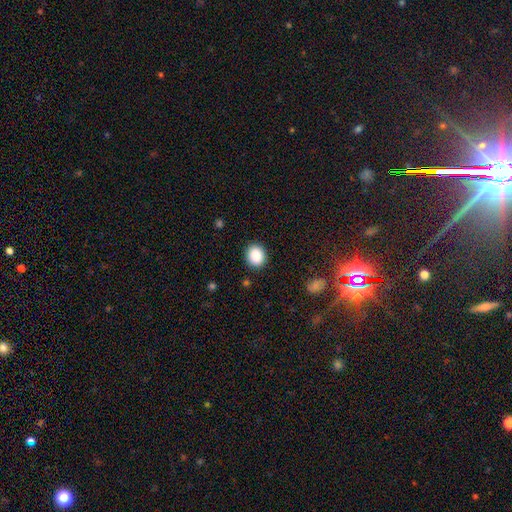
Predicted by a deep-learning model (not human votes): This is clearly a smooth galaxy (89%). How rounded: likely round (60%). Merging: clearly none (89%).